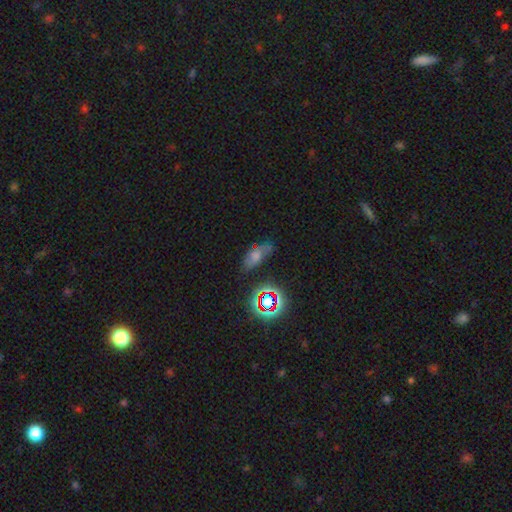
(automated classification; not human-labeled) A smooth galaxy with no disk features (42%). Merging: none (62%).